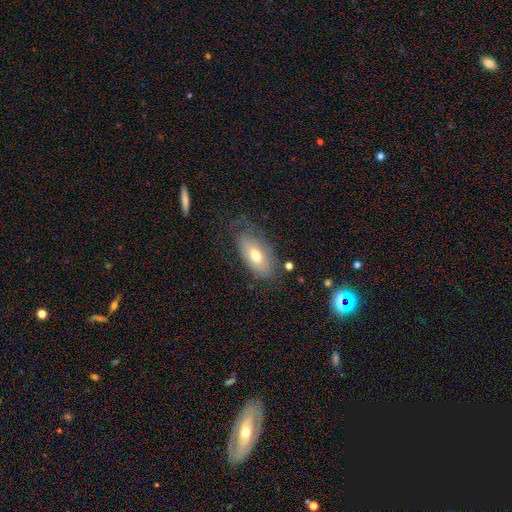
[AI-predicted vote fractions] A smooth galaxy with no disk features (61%) that is in between round and cigar-shaped (90%). Merging: none (56%).